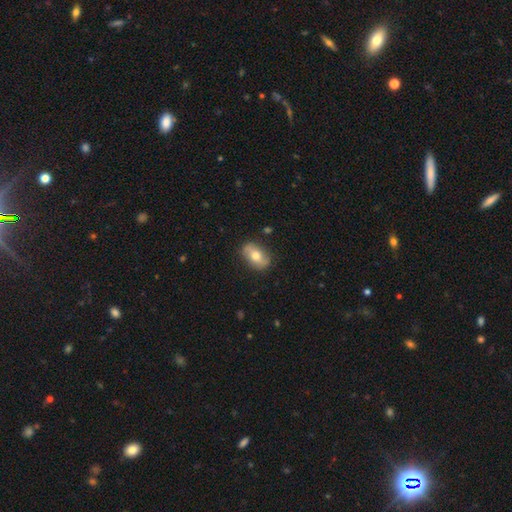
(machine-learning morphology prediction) This appears to be a smooth galaxy with no disk features (59%) that is in between round and cigar-shaped (86%). Merging: none (82%).